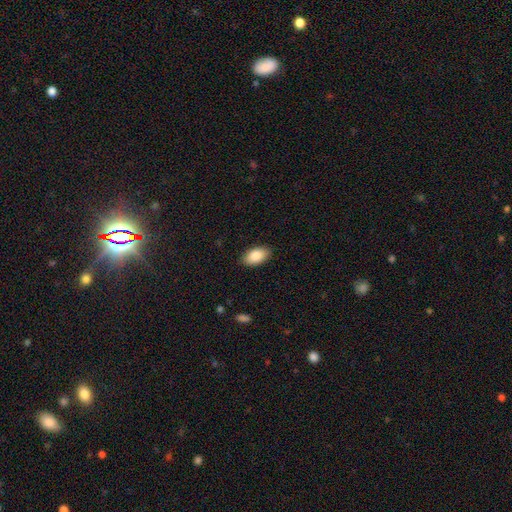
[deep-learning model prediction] smooth 88%, star or artifact 6%, featured or disk 5%. Down the decision tree: how rounded — in between (94%); merging — none (88%).